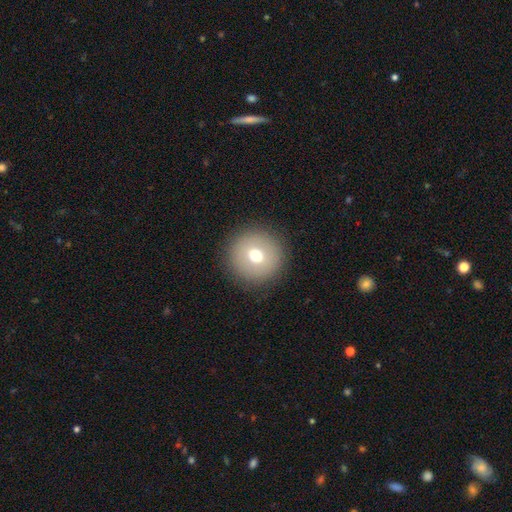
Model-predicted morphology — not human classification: This appears to be a smooth galaxy with no disk features (70%) that is round (96%). Merging: none (91%).